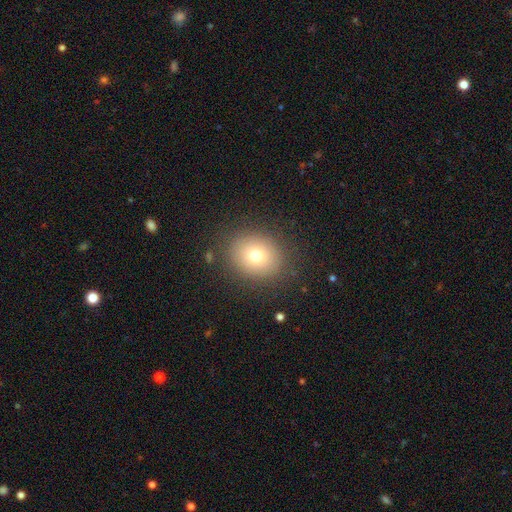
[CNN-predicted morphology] Smooth or featured?
  - smooth: 73% *
  - featured or disk: 14%
  - star or artifact: 13%
How rounded?
  - round: 66% *
  - in between: 33%
  - cigar-shaped: 1%
Merging?
  - none: 86% *
  - minor disturbance: 9%
  - major disturbance: 4%
  - merger: 1%